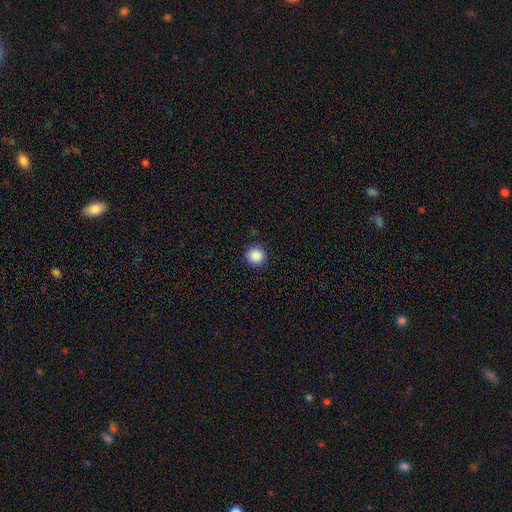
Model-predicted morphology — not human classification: This is clearly a smooth galaxy (88%). How rounded: clearly round (95%). Merging: clearly none (91%).